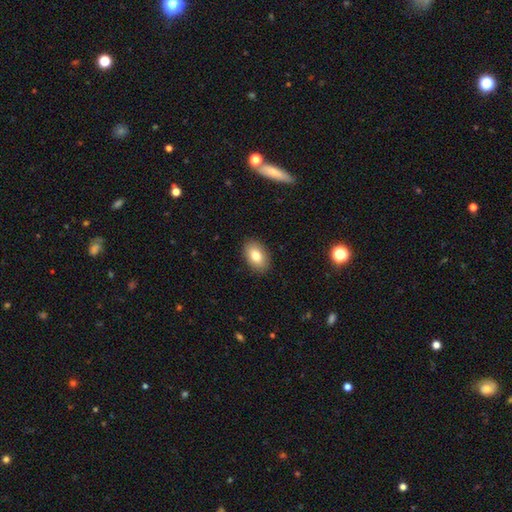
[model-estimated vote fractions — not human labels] A smooth galaxy with no disk features (80%) that is in between round and cigar-shaped (89%). Merging: none (89%).